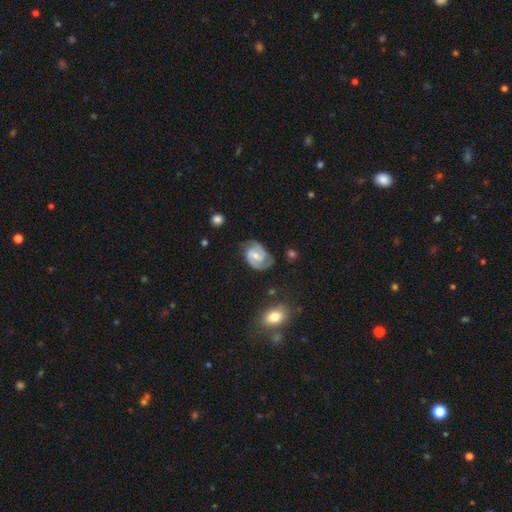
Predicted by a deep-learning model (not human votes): smooth-or-featured: featured or disk: 79% | smooth: 15% | star or artifact: 6%
  disk-edge-on: no: 97% | yes: 3%
    bar: weak: 51% | no: 32% | strong: 17%
    has-spiral-arms: yes: 94% | no: 6%
      spiral-winding: medium: 45% | tight: 42% | loose: 14%
      spiral-arm-count: 2: 83% | can't tell: 8% | 1: 4% | 3: 3% | 4: 1% | more than 4: 1%
    bulge-size: moderate: 51% | small: 42% | none: 3% | large: 3% | dominant: 1%
  merging: none: 66% | minor disturbance: 23% | major disturbance: 9% | merger: 2%